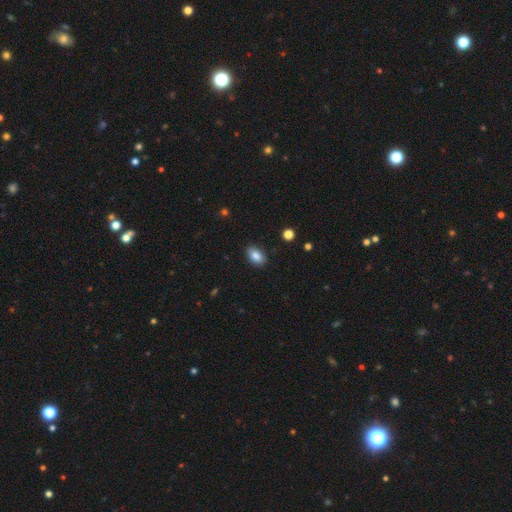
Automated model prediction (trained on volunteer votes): Morphology: type=smooth (87%); roundness=in between (90%); merging=none (87%).